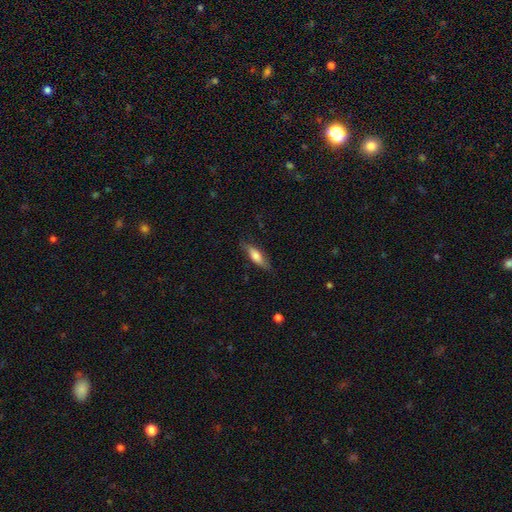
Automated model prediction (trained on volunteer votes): Q: Smooth or featured?
A: smooth (61%); runner-up: featured or disk (32%)
Q: How rounded?
A: cigar-shaped (50%); runner-up: in between (48%)
Q: Merging?
A: none (77%); runner-up: minor disturbance (18%)